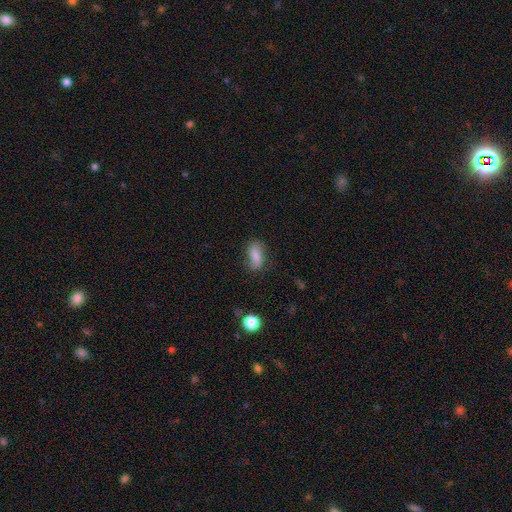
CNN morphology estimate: Smooth or featured?
  - smooth: 73% *
  - featured or disk: 18%
  - star or artifact: 9%
How rounded?
  - in between: 84% *
  - cigar-shaped: 8%
  - round: 8%
Merging?
  - none: 70% *
  - minor disturbance: 21%
  - major disturbance: 6%
  - merger: 2%